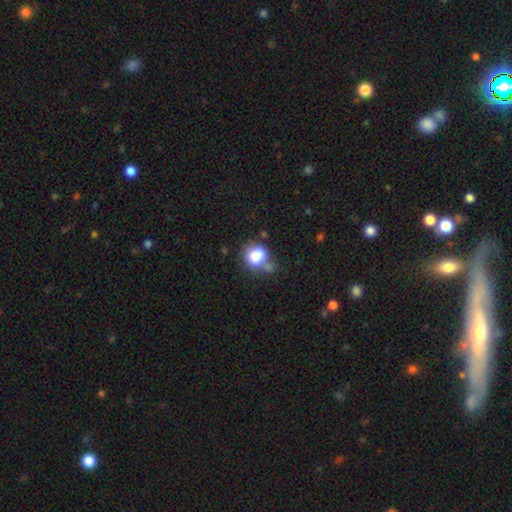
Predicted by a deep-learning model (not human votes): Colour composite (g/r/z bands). It shows a smooth galaxy with no disk features (81%) that is round (67%). Merging: none (40%).